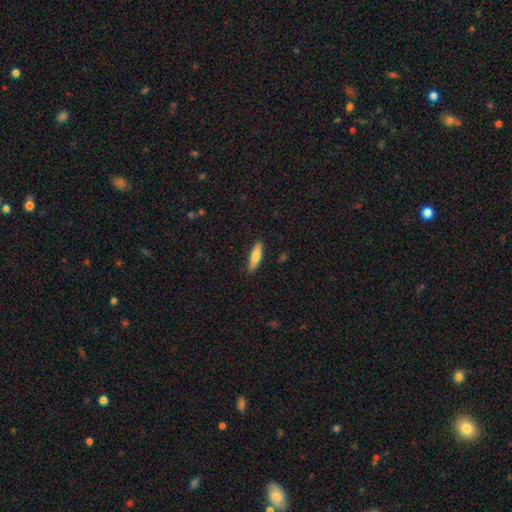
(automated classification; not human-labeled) smooth 69%, featured or disk 25%, star or artifact 6%. Down the decision tree: how rounded — cigar-shaped (70%); merging — none (89%).